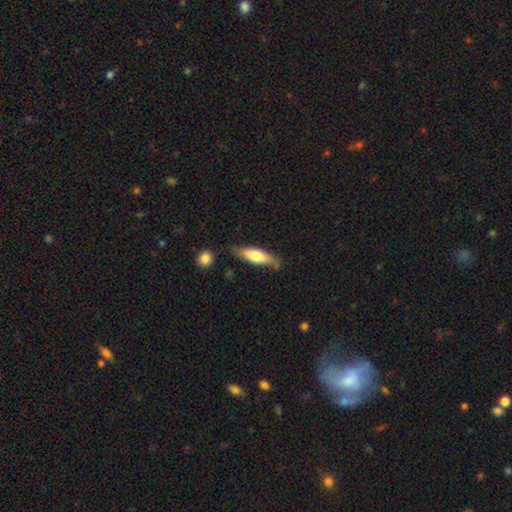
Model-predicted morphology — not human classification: A smooth galaxy with no disk features (66%) that is cigar-shaped (57%). Merging: none (73%).